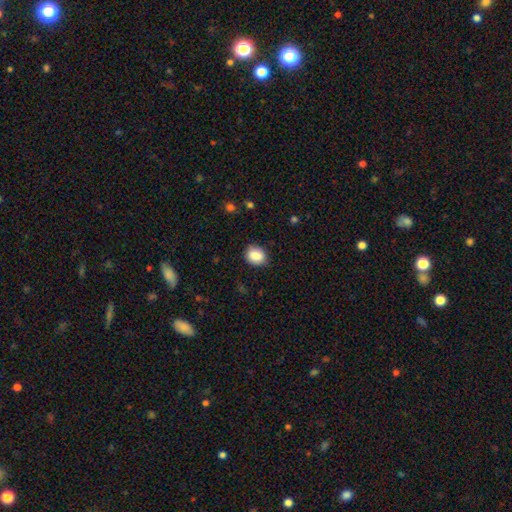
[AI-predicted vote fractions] Smooth or featured? smooth (87%)
How rounded? round (52%)
Merging? none (81%)